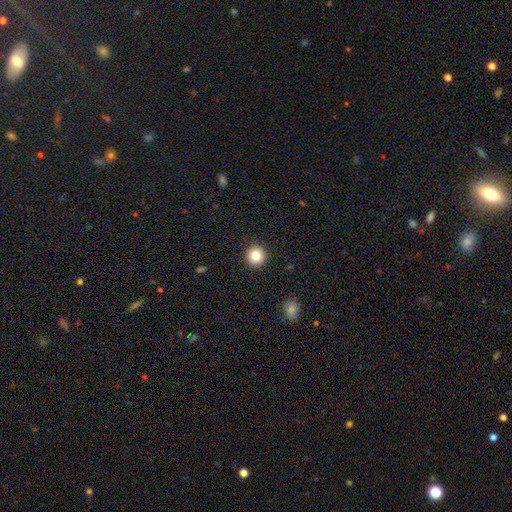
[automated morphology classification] smooth_or_featured: smooth (p=0.83) [alt: star or artifact p=0.11]
how_rounded: round (p=0.95) [alt: in between p=0.04]
merging: none (p=0.93) [alt: minor disturbance p=0.04]